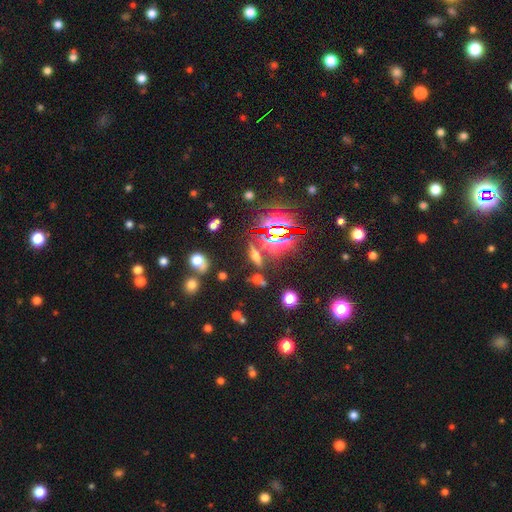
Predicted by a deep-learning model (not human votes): smooth_or_featured: star or artifact (p=0.41) [alt: smooth p=0.31]